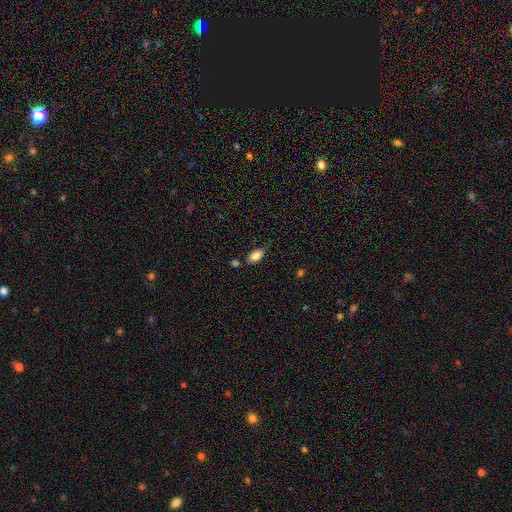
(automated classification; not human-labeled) smooth-or-featured: smooth: 83% | featured or disk: 9% | star or artifact: 8%
  how-rounded: in between: 90% | cigar-shaped: 5% | round: 5%
  merging: none: 66% | minor disturbance: 21% | merger: 8% | major disturbance: 5%